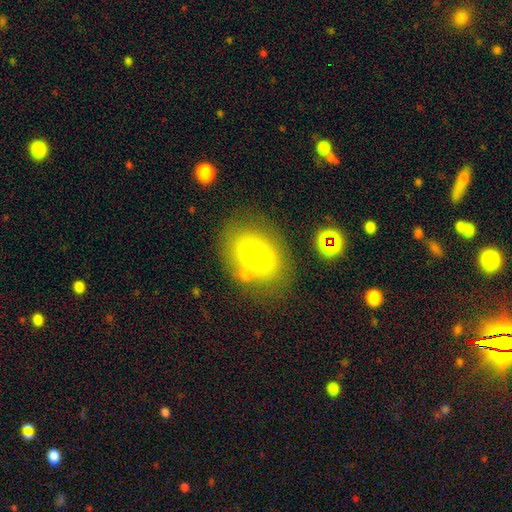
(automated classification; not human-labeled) This is likely a smooth galaxy (66%). How rounded: likely in between (62%). Merging: likely none (70%).